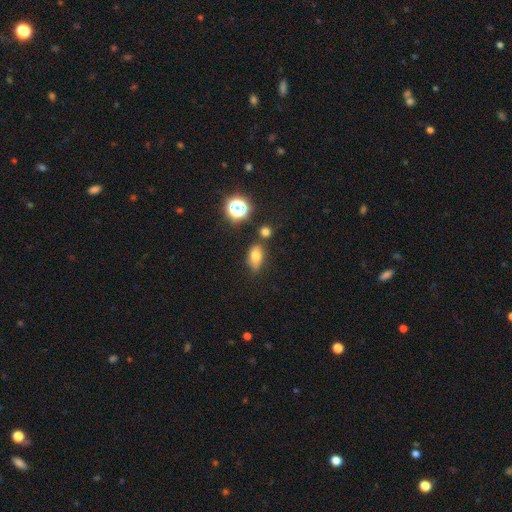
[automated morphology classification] type=smooth (72%); roundness=in between (79%); merging=none (69%).